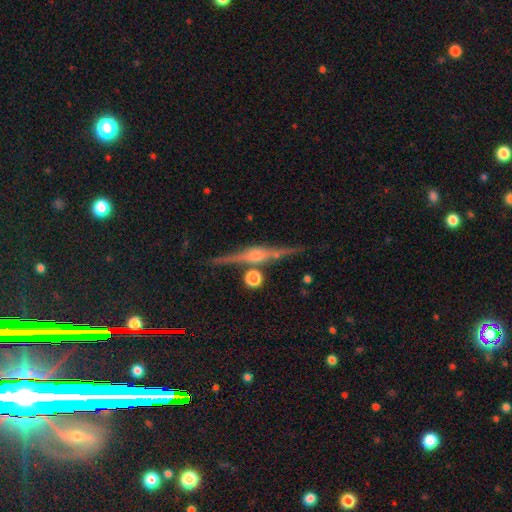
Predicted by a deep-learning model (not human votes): featured or disk 84%, smooth 9%, star or artifact 7%. Down the decision tree: edge-on disk — yes (98%); edge-on bulge — rounded (86%); merging — none (85%).